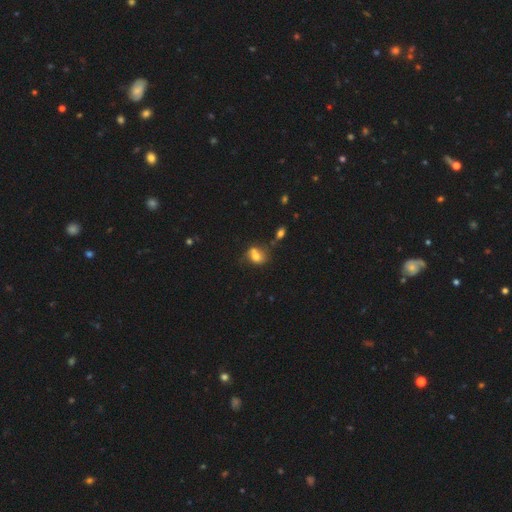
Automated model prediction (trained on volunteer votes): This appears to be a smooth galaxy with no disk features (71%) that is in between round and cigar-shaped (52%). Merging: none (41%).